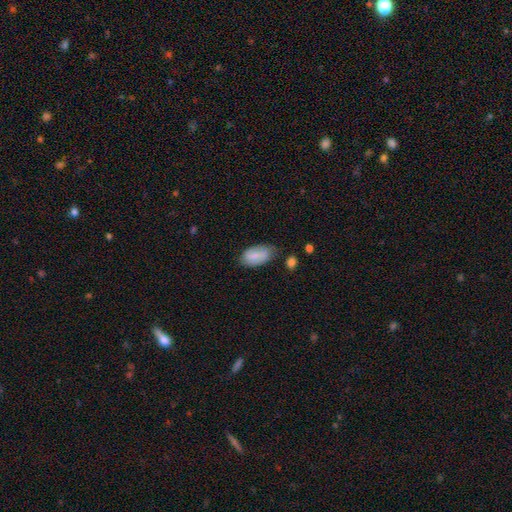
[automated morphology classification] A smooth galaxy with no disk features (75%) that is in between round and cigar-shaped (94%). Merging: none (65%).